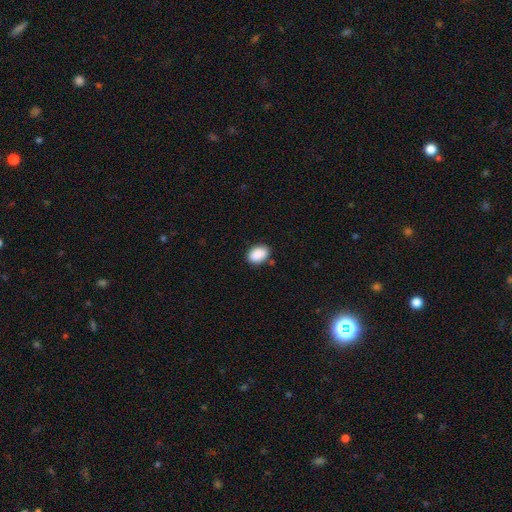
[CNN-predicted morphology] Smooth or featured?
  - smooth: 89% *
  - star or artifact: 7%
  - featured or disk: 3%
How rounded?
  - in between: 78% *
  - round: 21%
  - cigar-shaped: 1%
Merging?
  - none: 83% *
  - minor disturbance: 13%
  - major disturbance: 3%
  - merger: 2%